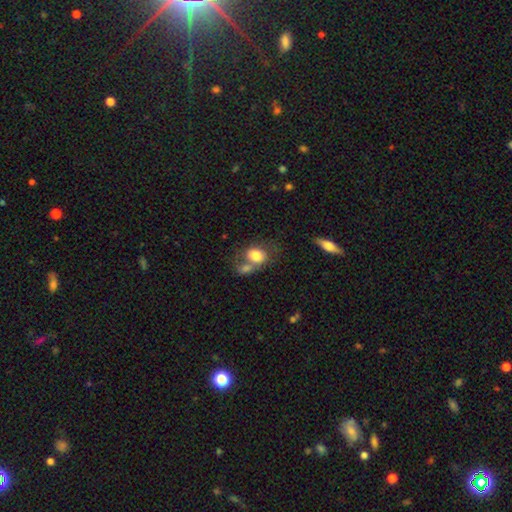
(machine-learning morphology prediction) This is likely a smooth galaxy (75%). How rounded: possibly in between (57%). Merging: marginally merger (43%).